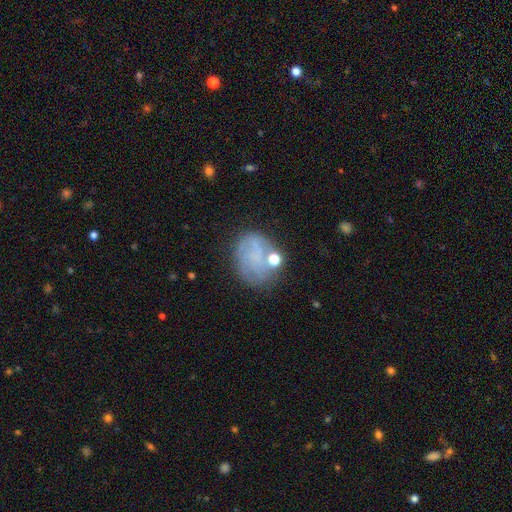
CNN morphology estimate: The model was most divided on "smooth or featured": smooth: 43%, featured or disk: 41%, star or artifact: 15%. More confident: merging — none (51%).